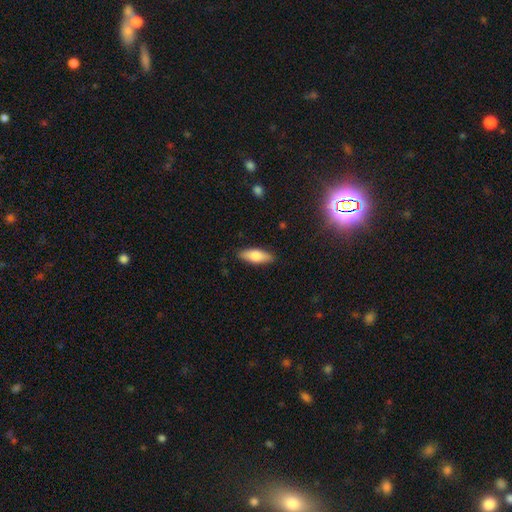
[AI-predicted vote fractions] Smooth or featured?
  - smooth: 74% *
  - featured or disk: 20%
  - star or artifact: 6%
How rounded?
  - in between: 68% *
  - cigar-shaped: 30%
  - round: 2%
Merging?
  - none: 87% *
  - minor disturbance: 10%
  - major disturbance: 2%
  - merger: 1%